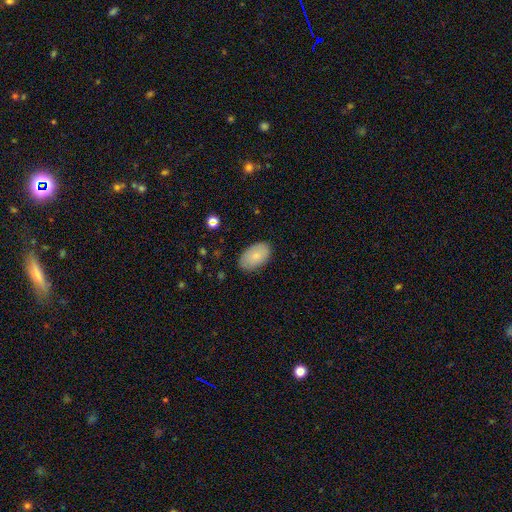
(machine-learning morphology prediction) smooth_or_featured: smooth (p=0.82) [alt: featured or disk p=0.12]
how_rounded: in between (p=0.94) [alt: round p=0.05]
merging: none (p=0.84) [alt: minor disturbance p=0.12]